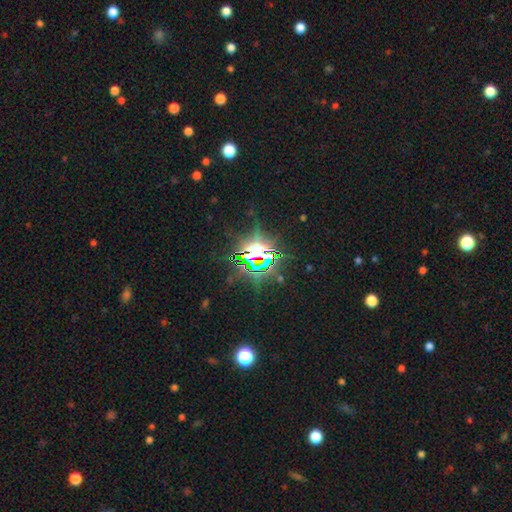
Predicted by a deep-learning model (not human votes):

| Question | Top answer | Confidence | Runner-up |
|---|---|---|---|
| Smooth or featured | star or artifact | 82% | featured or disk (9%) |